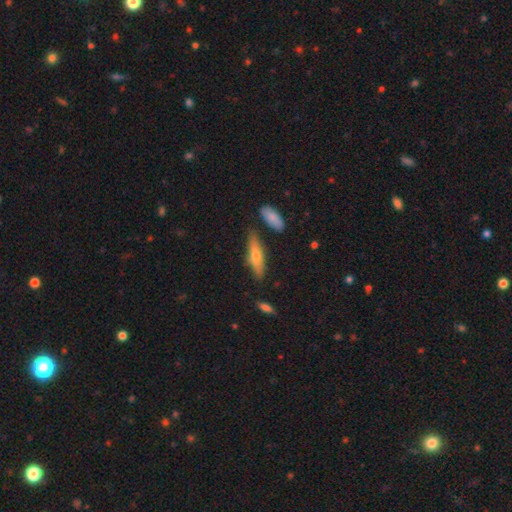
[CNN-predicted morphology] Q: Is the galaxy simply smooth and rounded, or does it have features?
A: smooth — 51%.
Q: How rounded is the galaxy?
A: cigar-shaped — 68%.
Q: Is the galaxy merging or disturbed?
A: none — 78%.